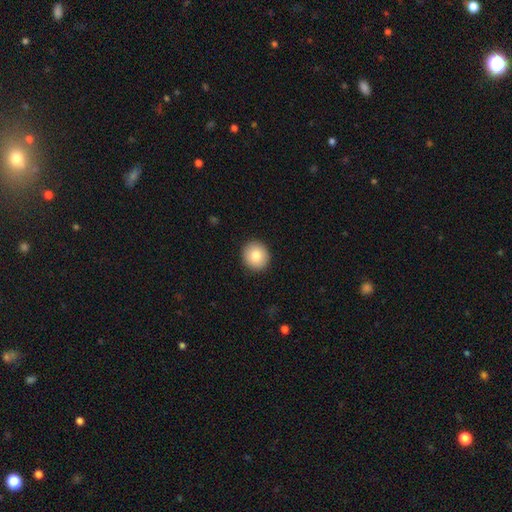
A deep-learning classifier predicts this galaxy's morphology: smooth-or-featured: smooth: 83% | featured or disk: 9% | star or artifact: 8%
  how-rounded: round: 89% | in between: 10% | cigar-shaped: 1%
  merging: none: 92% | minor disturbance: 6% | major disturbance: 2% | merger: 1%